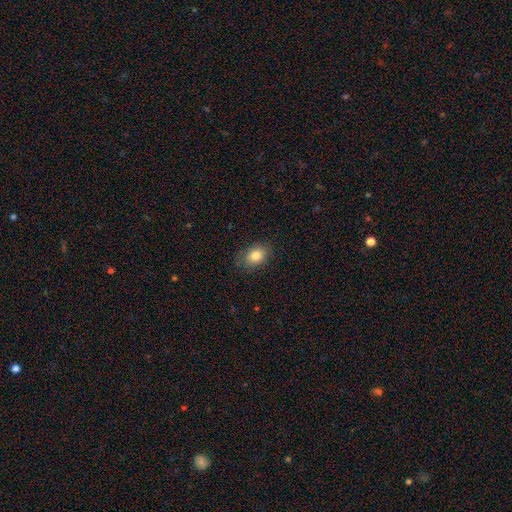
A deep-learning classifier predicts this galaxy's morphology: The model was most divided on "how rounded": in between: 75%, round: 24%, cigar-shaped: 1%. More confident: smooth or featured — smooth (83%); merging — none (80%).